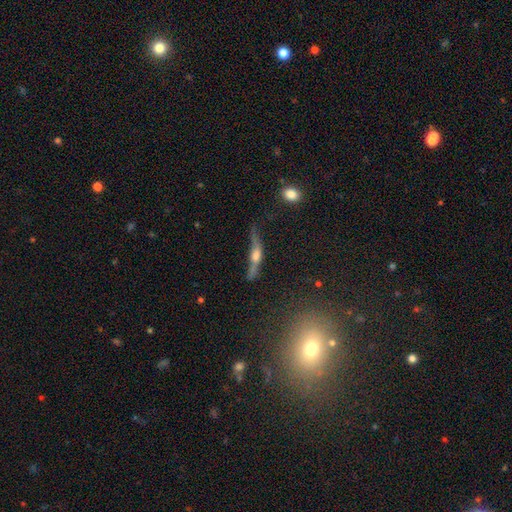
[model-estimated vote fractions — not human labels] Smooth or featured? Predicted: featured or disk (p=0.61). Edge-on disk? Predicted: yes (p=0.82). Edge-on bulge? Predicted: rounded (p=0.82). Merging? Predicted: none (p=0.45).